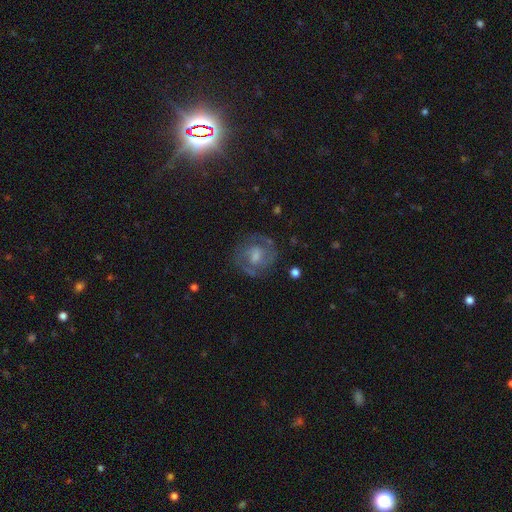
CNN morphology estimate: type=featured or disk (69%); edge-on=no (97%); bar=weak (45%); spiral arms=yes (85%); winding=tight (48%); arm count=2 (56%); bulge=moderate (44%); merging=none (76%).